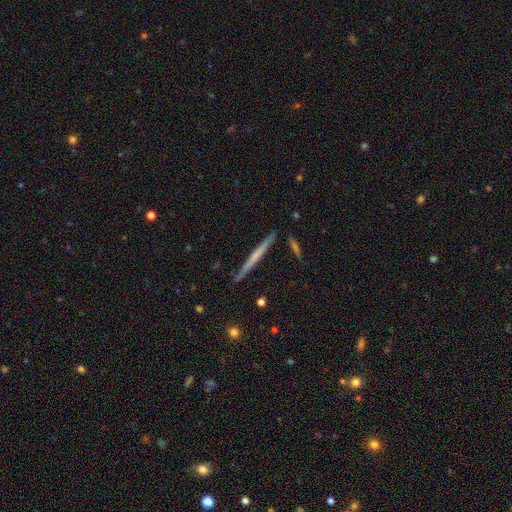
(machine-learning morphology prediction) featured or disk 54%, smooth 40%, star or artifact 5%. Down the decision tree: edge-on disk — yes (98%); edge-on bulge — none (82%); merging — none (90%).